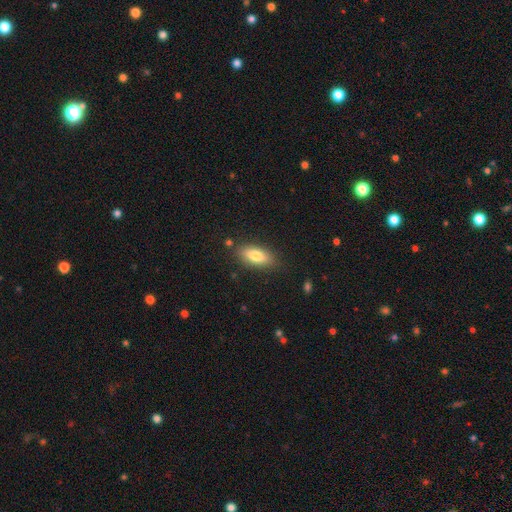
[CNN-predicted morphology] Smooth or featured? smooth (78%)
How rounded? in between (80%)
Merging? none (83%)